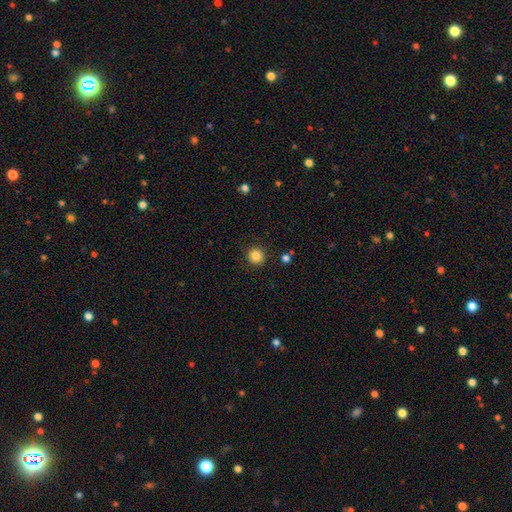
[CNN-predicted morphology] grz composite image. It shows a smooth galaxy with no disk features (85%) that is round (94%). Merging: none (91%).